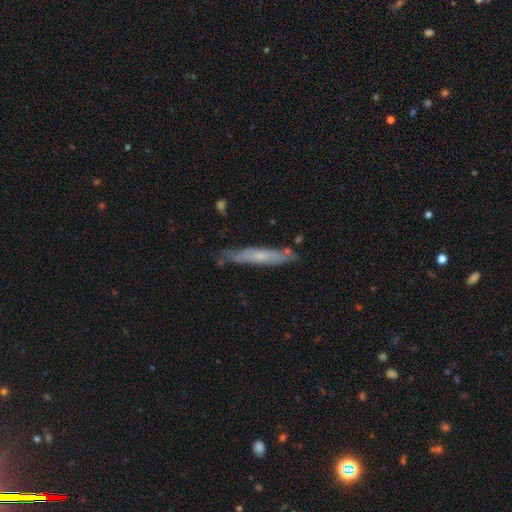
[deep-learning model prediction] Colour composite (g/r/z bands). It shows a featured or disk galaxy (55%) viewed edge-on (80%). Merging: none (80%).